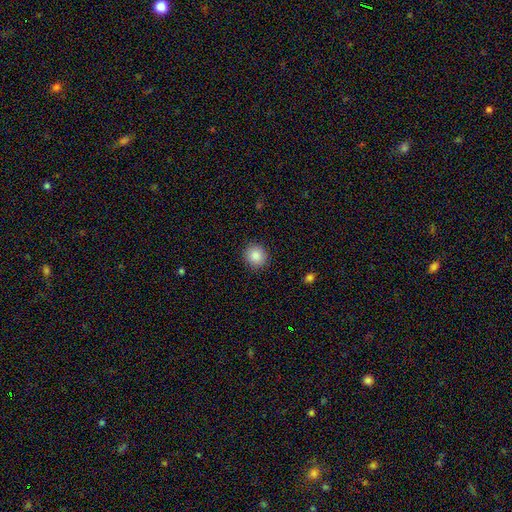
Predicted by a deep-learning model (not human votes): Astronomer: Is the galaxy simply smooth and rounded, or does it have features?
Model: smooth — 86%.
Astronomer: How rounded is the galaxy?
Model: round — 86%.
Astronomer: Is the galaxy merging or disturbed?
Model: none — 91%.